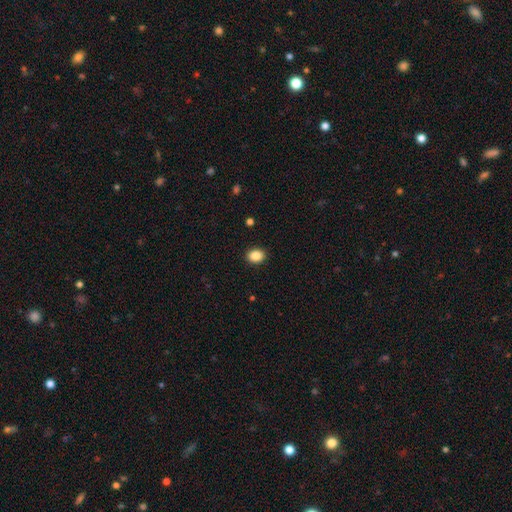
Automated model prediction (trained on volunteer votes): Smooth or featured? Predicted: smooth (p=0.87). How rounded? Predicted: in between (p=0.57). Merging? Predicted: none (p=0.91).